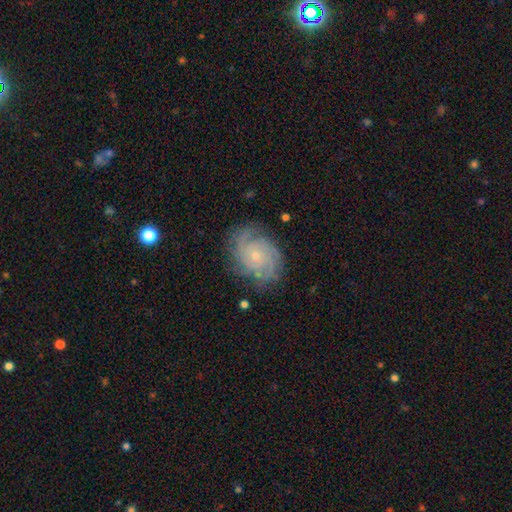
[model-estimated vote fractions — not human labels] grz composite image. It shows a featured or disk galaxy (82%) with no bar (80%), tight (66%) spiral arms (97%) and a small central bulge (78%). Merging: none (78%).